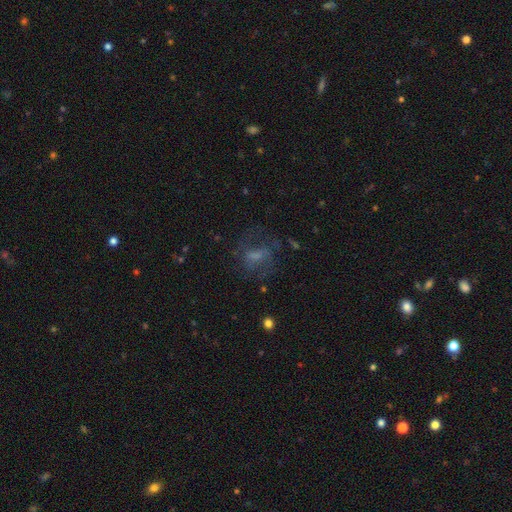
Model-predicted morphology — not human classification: Overall: featured or disk (44%; smooth 37%). Merging: none (52%; major disturbance 27%).